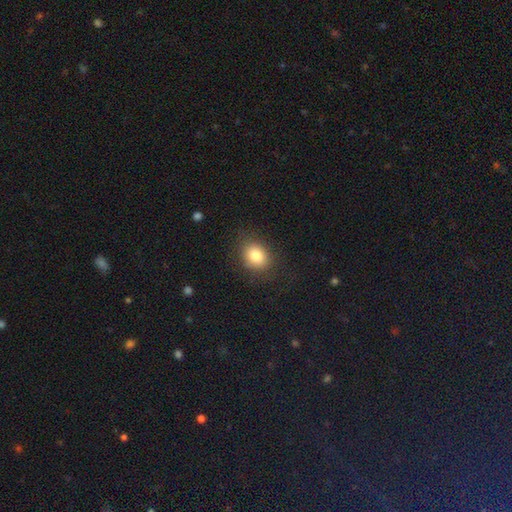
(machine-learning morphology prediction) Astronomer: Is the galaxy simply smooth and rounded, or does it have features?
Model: smooth — 82%.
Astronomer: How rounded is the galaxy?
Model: in between — 50% (runner-up: round, 49%).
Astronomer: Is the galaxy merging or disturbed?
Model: none — 83%.